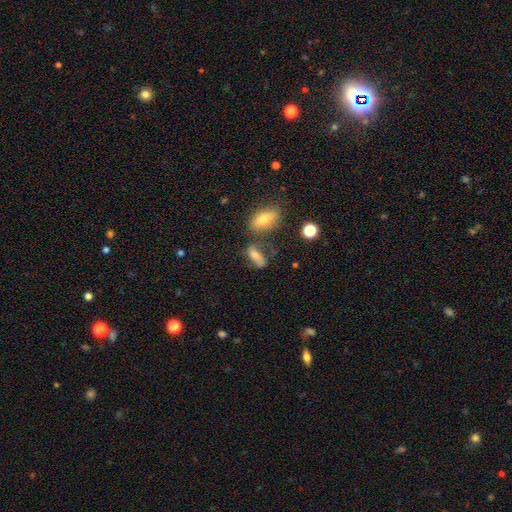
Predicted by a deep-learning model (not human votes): This is likely a smooth galaxy (74%). How rounded: likely in between (75%). Merging: possibly none (50%).